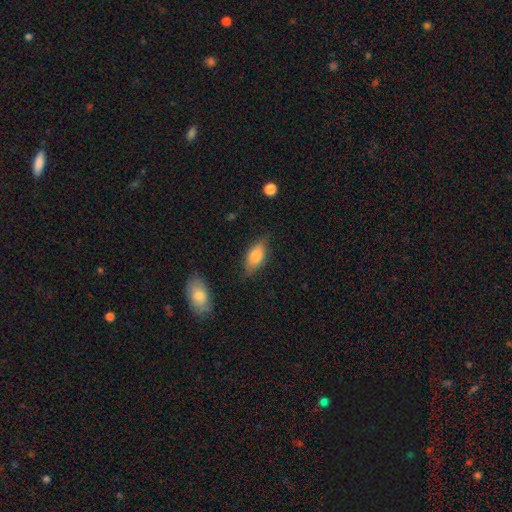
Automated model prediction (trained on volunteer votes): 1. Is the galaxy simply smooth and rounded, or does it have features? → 80% smooth, 14% featured or disk, 7% star or artifact.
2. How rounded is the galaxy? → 87% in between, 9% cigar-shaped, 4% round.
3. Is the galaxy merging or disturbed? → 77% none, 17% minor disturbance, 4% major disturbance, 2% merger.